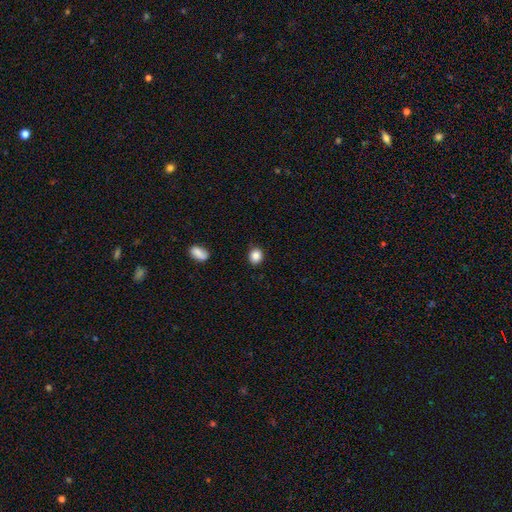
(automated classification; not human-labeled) The model was most divided on "how rounded": round: 75%, in between: 24%, cigar-shaped: 1%. More confident: merging — none (87%); smooth or featured — smooth (86%).